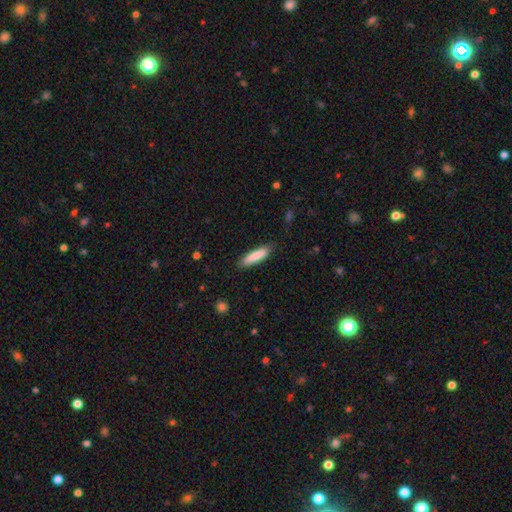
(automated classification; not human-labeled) This appears to be a smooth galaxy with no disk features (84%) that is cigar-shaped (76%). Merging: none (84%).